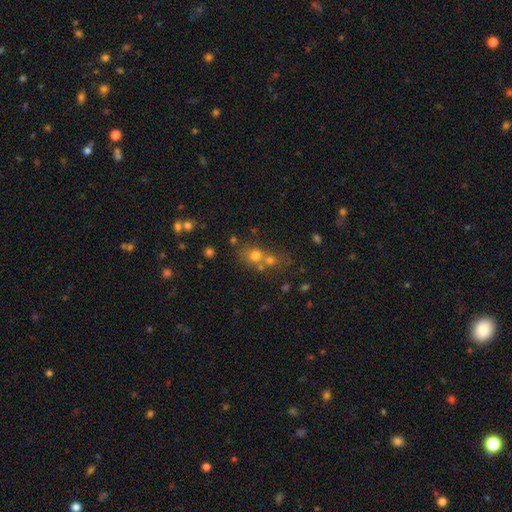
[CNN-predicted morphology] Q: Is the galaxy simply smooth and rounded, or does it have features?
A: smooth — 67%.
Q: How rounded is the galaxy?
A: round — 77%.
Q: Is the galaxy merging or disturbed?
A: merger — 50%.